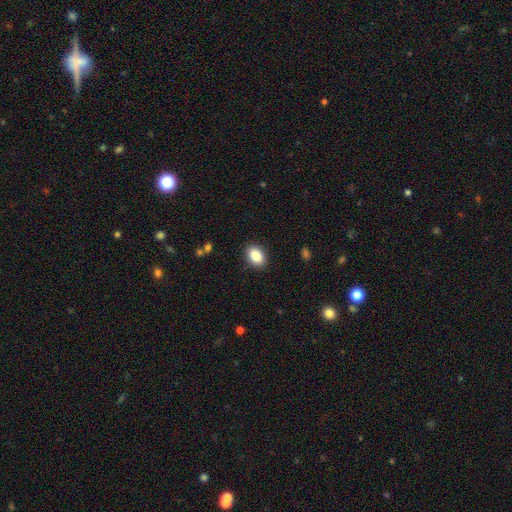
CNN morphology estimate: Smooth or featured? Predicted: smooth (p=0.87). How rounded? Predicted: in between (p=0.80). Merging? Predicted: none (p=0.89).